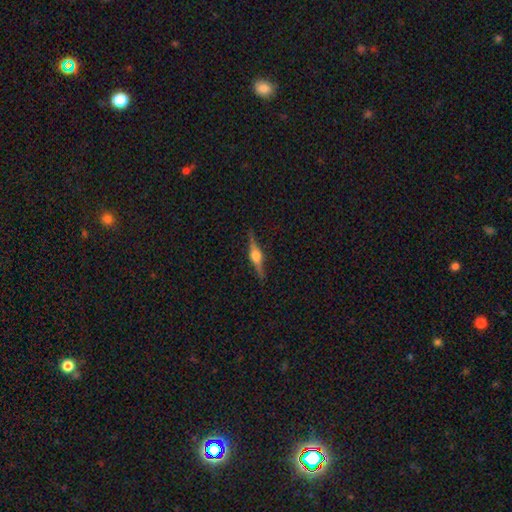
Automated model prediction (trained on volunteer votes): Overall: featured or disk (80%). Edge-on disk: yes (98%). Edge-on bulge: rounded (92%). Merging: none (88%).